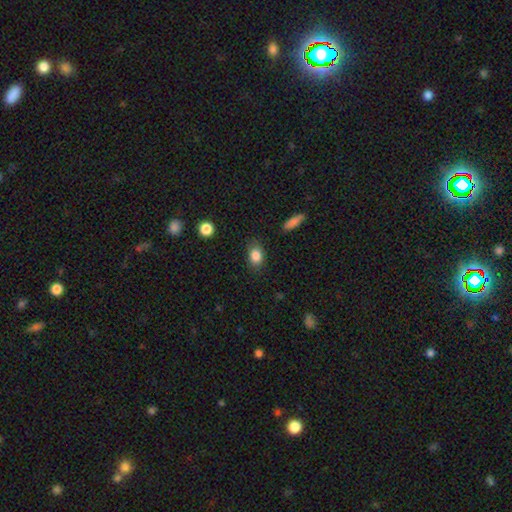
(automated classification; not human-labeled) Smooth or featured? smooth (85%)
How rounded? in between (70%)
Merging? none (81%)